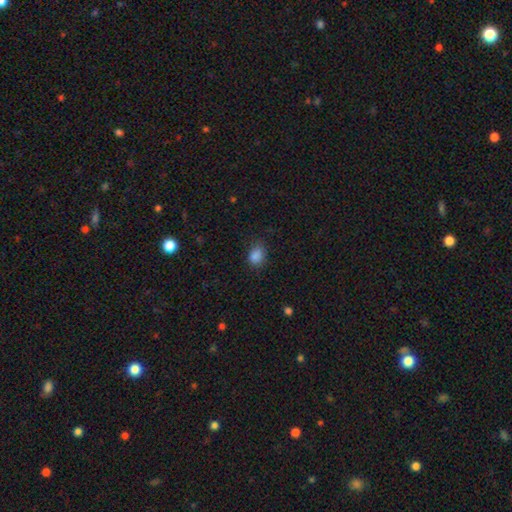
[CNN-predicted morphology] smooth-or-featured: smooth: 84% | star or artifact: 12% | featured or disk: 5%
  how-rounded: in between: 67% | round: 32% | cigar-shaped: 1%
  merging: none: 69% | minor disturbance: 23% | major disturbance: 6% | merger: 2%